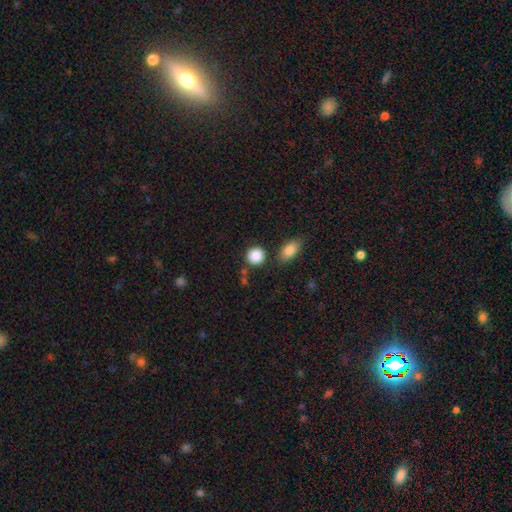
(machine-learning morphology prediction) Smooth or featured?
  - smooth: 88% *
  - star or artifact: 8%
  - featured or disk: 4%
How rounded?
  - round: 87% *
  - in between: 12%
  - cigar-shaped: 1%
Merging?
  - none: 80% *
  - minor disturbance: 10%
  - merger: 7%
  - major disturbance: 3%